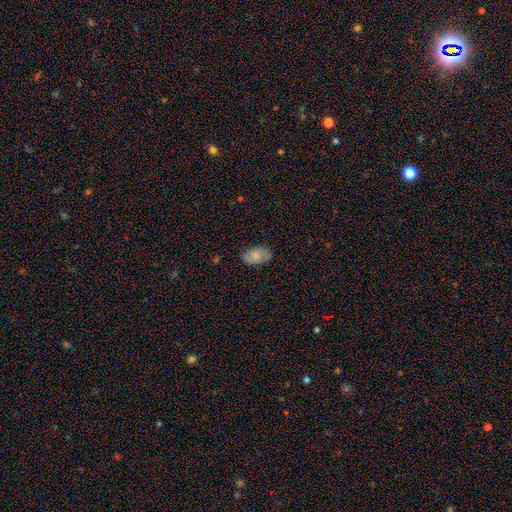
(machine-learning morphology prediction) Q: Smooth or featured?
A: smooth (73%); runner-up: featured or disk (20%)
Q: How rounded?
A: in between (91%); runner-up: round (7%)
Q: Merging?
A: none (82%); runner-up: minor disturbance (14%)